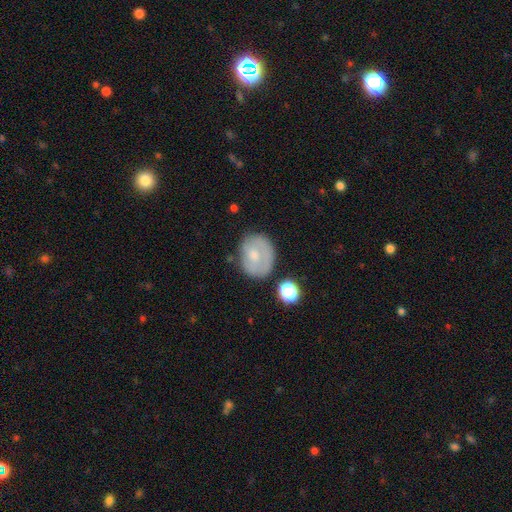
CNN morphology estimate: A smooth galaxy with no disk features (53%) that is round (53%).

Vote fractions:
- Smooth or featured? smooth: 53% / featured or disk: 38% / star or artifact: 9%
- How rounded? round: 53% / in between: 46% / cigar-shaped: 1%
- Merging? none: 63% / minor disturbance: 23% / major disturbance: 10% / merger: 4%